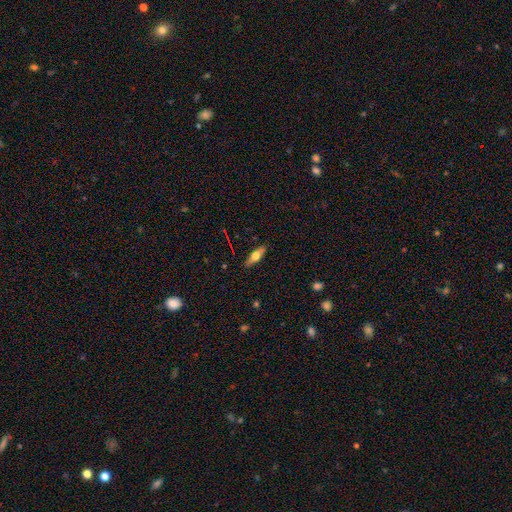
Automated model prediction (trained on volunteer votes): Smooth or featured? smooth (54%)
How rounded? in between (51%)
Merging? none (86%)